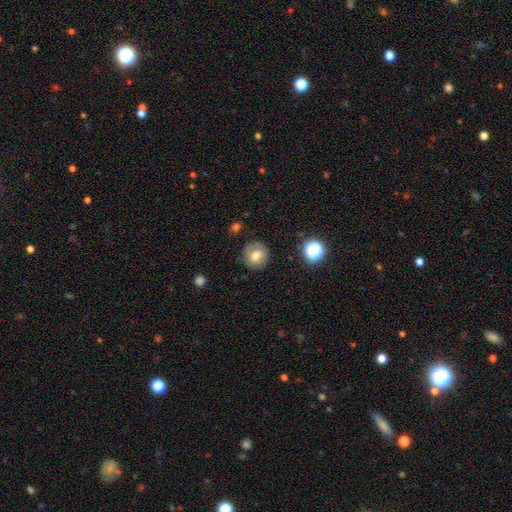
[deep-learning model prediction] This appears to be a smooth galaxy with no disk features (53%) that is round (83%). Merging: none (82%).